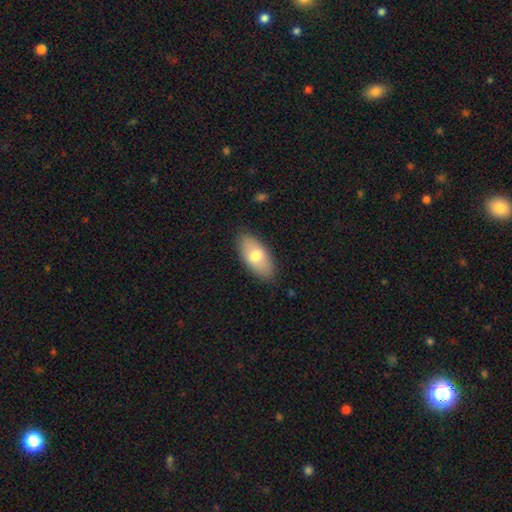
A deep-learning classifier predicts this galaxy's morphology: Smooth or featured?
  - smooth: 72% *
  - featured or disk: 22%
  - star or artifact: 6%
How rounded?
  - in between: 91% *
  - cigar-shaped: 6%
  - round: 3%
Merging?
  - none: 85% *
  - minor disturbance: 11%
  - major disturbance: 2%
  - merger: 1%